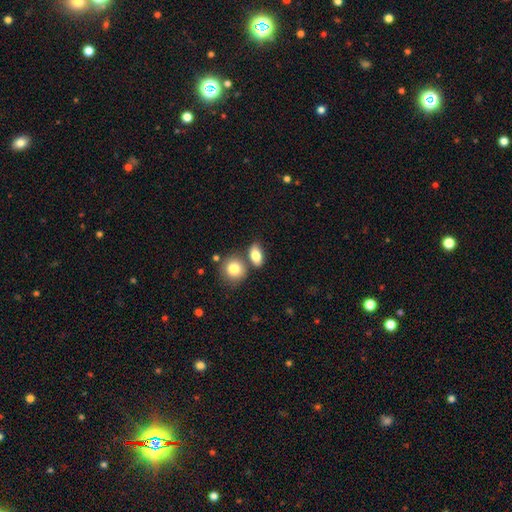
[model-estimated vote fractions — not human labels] Smooth or featured?
  - smooth: 81% *
  - featured or disk: 11%
  - star or artifact: 8%
How rounded?
  - in between: 78% *
  - round: 17%
  - cigar-shaped: 5%
Merging?
  - none: 64% *
  - merger: 21%
  - minor disturbance: 12%
  - major disturbance: 4%